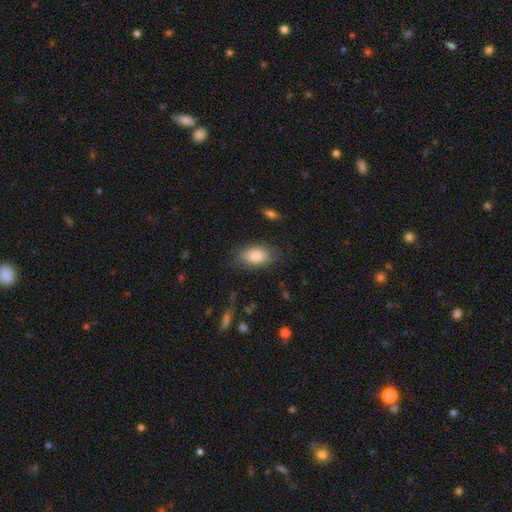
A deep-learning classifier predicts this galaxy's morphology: This appears to be a smooth galaxy with no disk features (86%) that is in between round and cigar-shaped (92%). Merging: none (80%).